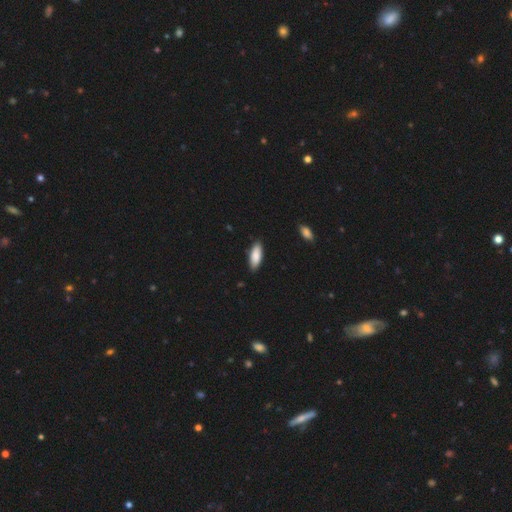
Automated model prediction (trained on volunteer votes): smooth 86%, featured or disk 9%, star or artifact 5%. Down the decision tree: how rounded — in between (76%); merging — none (85%).